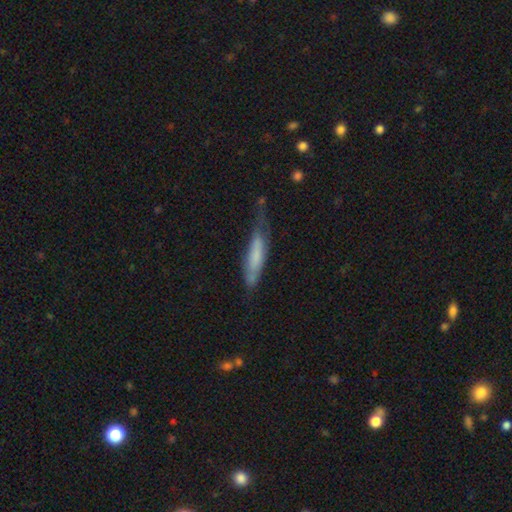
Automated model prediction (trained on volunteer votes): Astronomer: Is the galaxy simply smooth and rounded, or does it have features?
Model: smooth — 57% (runner-up: featured or disk, 36%).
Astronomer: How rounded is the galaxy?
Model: cigar-shaped — 80%.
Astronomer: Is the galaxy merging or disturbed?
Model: none — 43% (runner-up: minor disturbance, 34%).